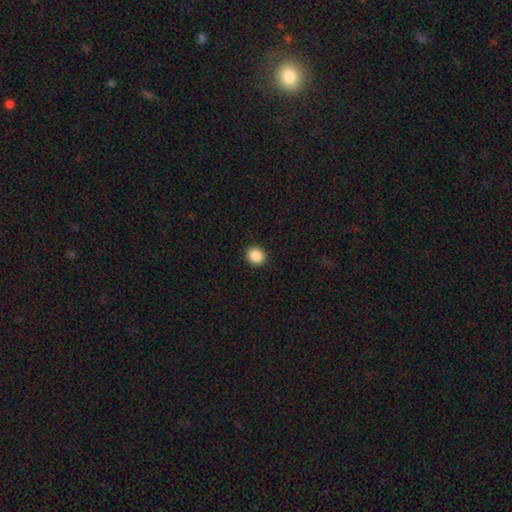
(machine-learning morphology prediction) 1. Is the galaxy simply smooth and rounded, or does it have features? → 89% smooth, 9% star or artifact, 3% featured or disk.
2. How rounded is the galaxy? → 79% round, 20% in between, 1% cigar-shaped.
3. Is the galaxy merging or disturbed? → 92% none, 6% minor disturbance, 2% major disturbance, 1% merger.